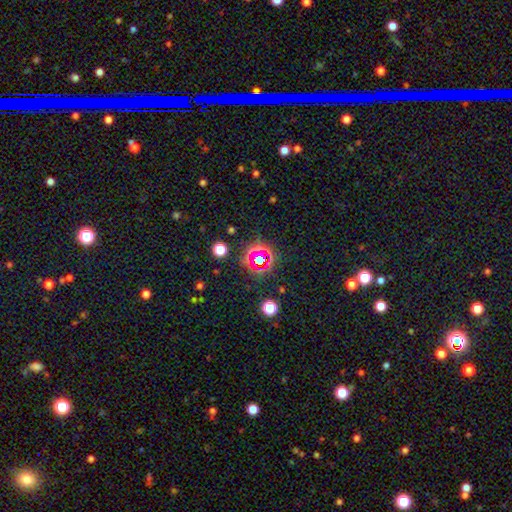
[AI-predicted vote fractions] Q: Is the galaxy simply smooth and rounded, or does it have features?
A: star or artifact — 62%.